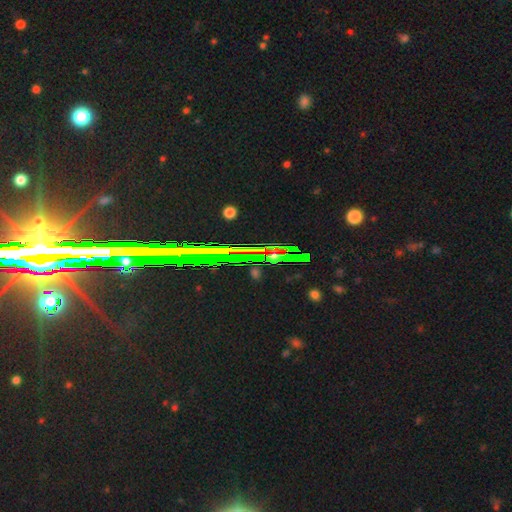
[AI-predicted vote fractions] This appears to be a star or artifact, not a galaxy (80%).